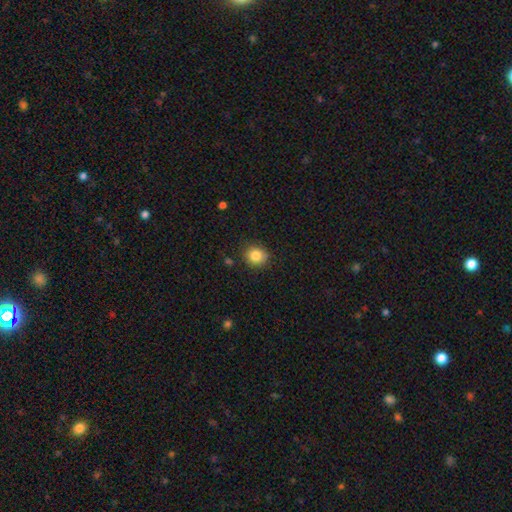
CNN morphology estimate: The model was most divided on "how rounded": round: 80%, in between: 19%, cigar-shaped: 1%. More confident: merging — none (85%); smooth or featured — smooth (85%).